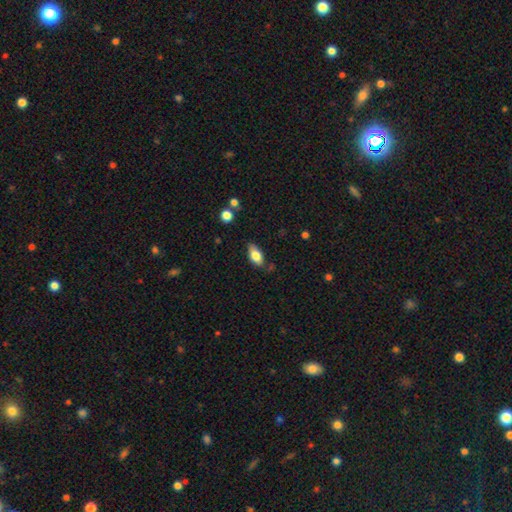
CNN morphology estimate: Smooth or featured?
  - smooth: 78% *
  - featured or disk: 15%
  - star or artifact: 7%
How rounded?
  - in between: 87% *
  - cigar-shaped: 9%
  - round: 4%
Merging?
  - none: 74% *
  - minor disturbance: 20%
  - major disturbance: 4%
  - merger: 3%